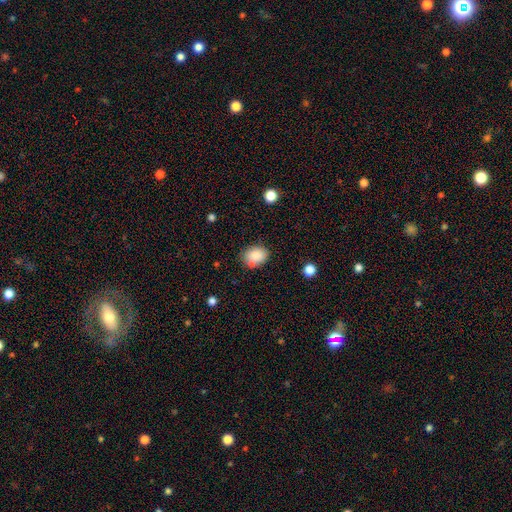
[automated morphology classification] Smooth or featured: smooth — 84% (star or artifact — 9%)
How rounded: in between — 57% (round — 42%)
Merging: none — 70% (minor disturbance — 18%)